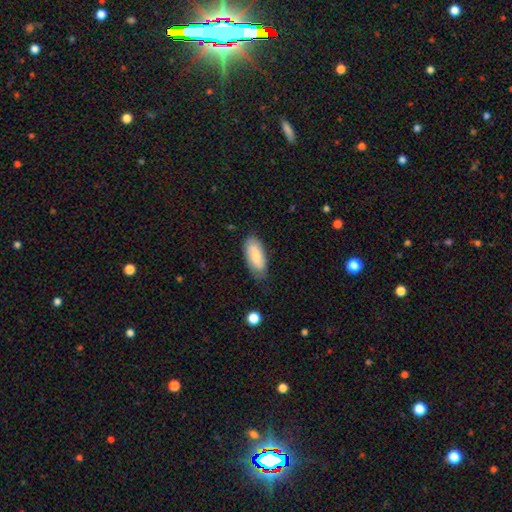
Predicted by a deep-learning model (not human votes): Smooth or featured? Predicted: smooth (p=0.66). How rounded? Predicted: in between (p=0.86). Merging? Predicted: none (p=0.72).